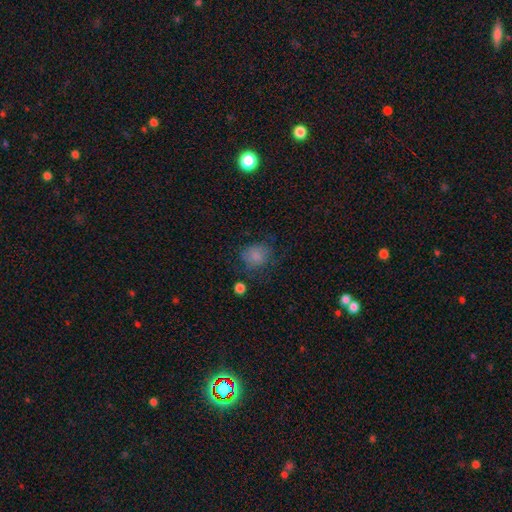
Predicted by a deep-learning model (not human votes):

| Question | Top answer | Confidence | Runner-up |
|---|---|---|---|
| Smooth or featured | smooth | 78% | star or artifact (13%) |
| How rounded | round | 72% | in between (27%) |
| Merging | none | 62% | minor disturbance (23%) |